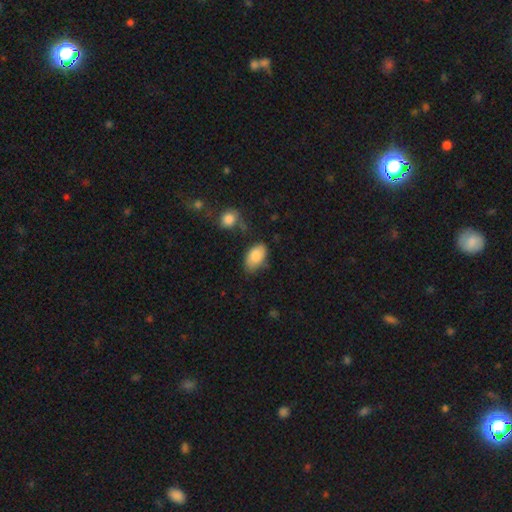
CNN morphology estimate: The model was most divided on "merging": none: 67%, minor disturbance: 24%, major disturbance: 5%, merger: 4%. More confident: how rounded — in between (93%); smooth or featured — smooth (85%).